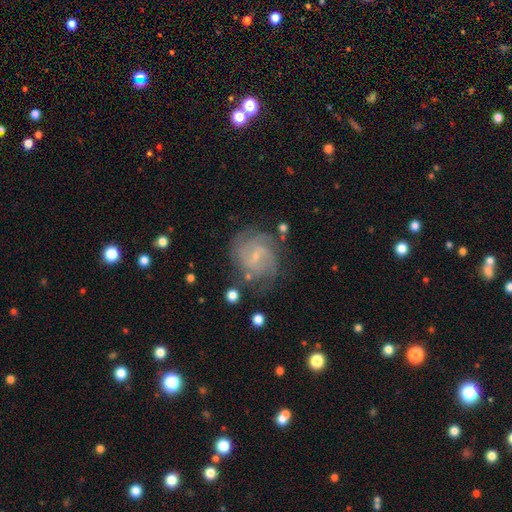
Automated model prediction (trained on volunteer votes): This appears to be a featured or disk galaxy (77%) with a weak bar (55%), 2 (34%) tight (44%) spiral arms (91%) and a small central bulge (77%). Merging: none (66%).